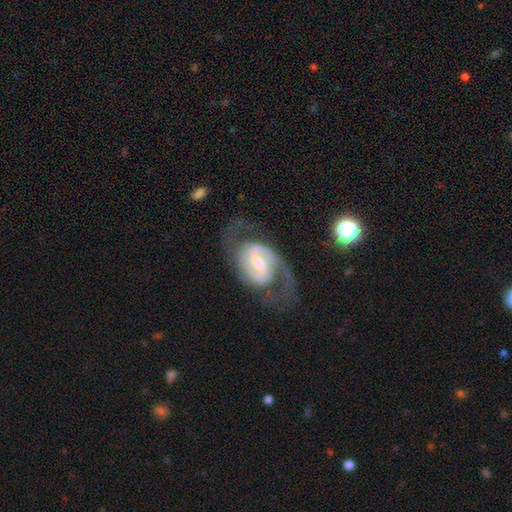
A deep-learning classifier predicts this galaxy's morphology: This appears to be a featured or disk galaxy (89%) with a weak bar (51%), 2 (89%) medium (55%) spiral arms (97%) and a moderate central bulge (50%). Merging: none (72%).